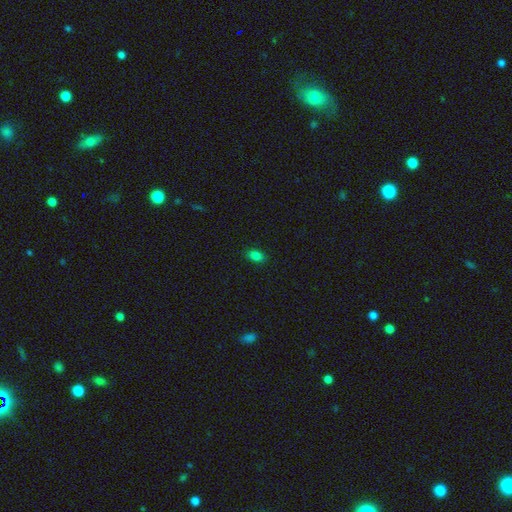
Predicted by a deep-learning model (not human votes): Morphology: type=smooth (82%); roundness=in between (86%); merging=none (88%).